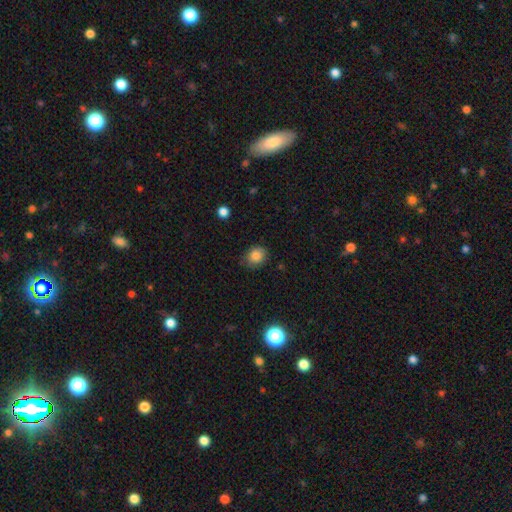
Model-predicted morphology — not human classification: smooth-or-featured: smooth: 83% | star or artifact: 11% | featured or disk: 6%
  how-rounded: round: 72% | in between: 27% | cigar-shaped: 1%
  merging: none: 78% | minor disturbance: 17% | major disturbance: 3% | merger: 1%